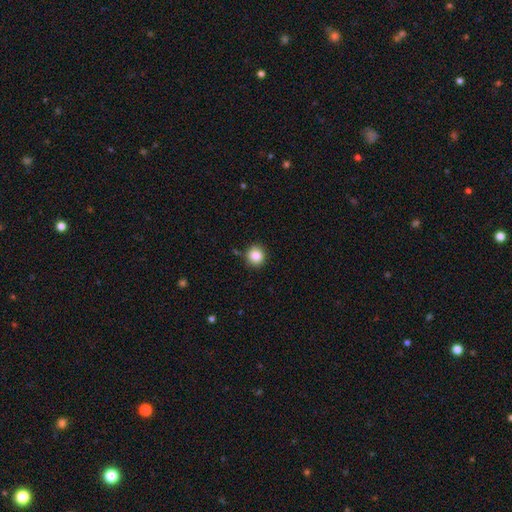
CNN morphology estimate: type=smooth (86%); roundness=round (89%); merging=none (84%).